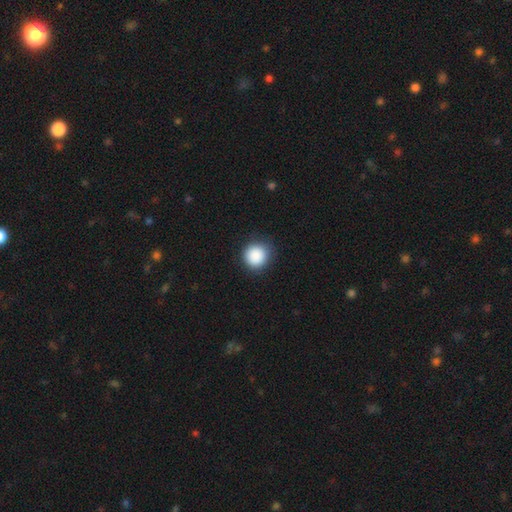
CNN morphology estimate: smooth_or_featured: smooth (p=0.89) [alt: star or artifact p=0.08]
how_rounded: round (p=0.93) [alt: in between p=0.06]
merging: none (p=0.88) [alt: minor disturbance p=0.08]